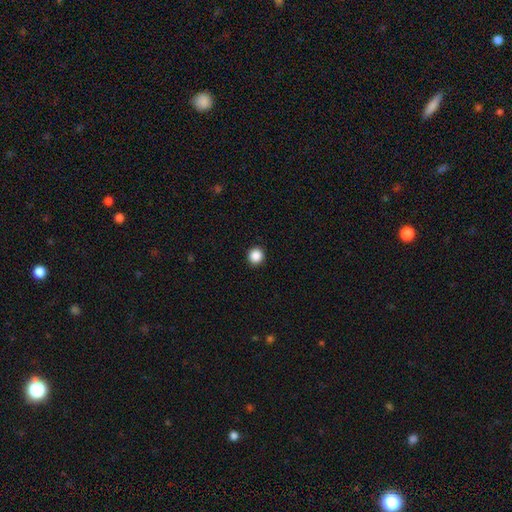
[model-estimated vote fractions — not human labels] This appears to be a smooth galaxy with no disk features (88%) that is round (93%). Merging: none (93%).